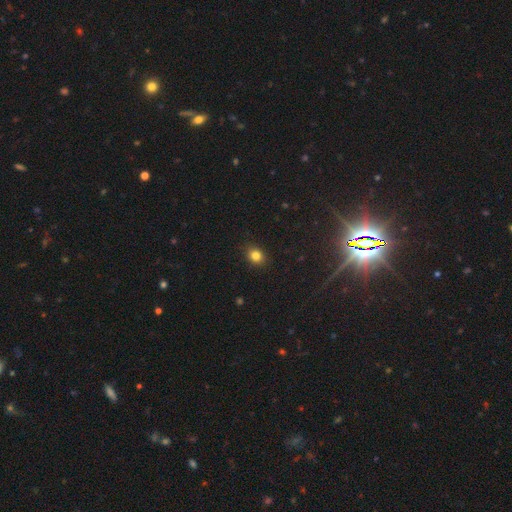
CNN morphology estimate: A smooth galaxy with no disk features (83%) that is round (56%).

Vote fractions:
- Smooth or featured? smooth: 83% / star or artifact: 12% / featured or disk: 5%
- How rounded? round: 56% / in between: 43% / cigar-shaped: 1%
- Merging? none: 88% / minor disturbance: 9% / major disturbance: 2% / merger: 1%